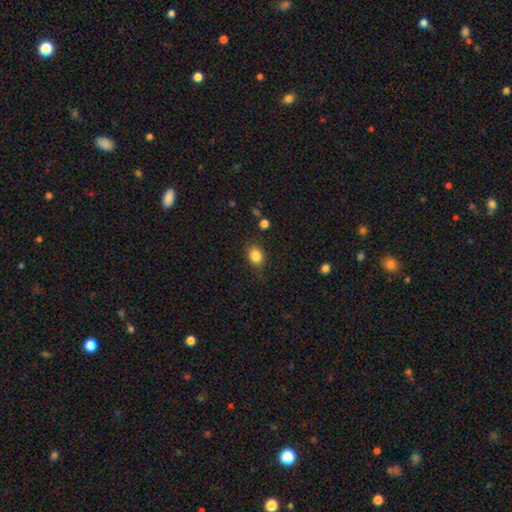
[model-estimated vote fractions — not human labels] Smooth or featured? Predicted: smooth (p=0.84). How rounded? Predicted: round (p=0.50). Merging? Predicted: none (p=0.79).